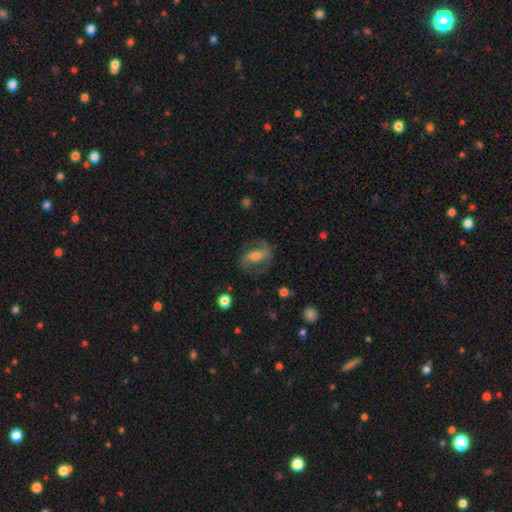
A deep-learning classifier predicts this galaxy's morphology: smooth-or-featured: featured or disk: 75% | smooth: 17% | star or artifact: 7%
  disk-edge-on: no: 95% | yes: 5%
    bar: strong: 41% | weak: 35% | no: 23%
    has-spiral-arms: yes: 90% | no: 10%
      spiral-winding: medium: 47% | loose: 36% | tight: 18%
      spiral-arm-count: 2: 88% | can't tell: 5% | 1: 3% | 3: 1% | 4: 1% | more than 4: 1%
    bulge-size: moderate: 54% | small: 35% | large: 6% | none: 3% | dominant: 1%
  merging: none: 73% | minor disturbance: 15% | major disturbance: 10% | merger: 2%